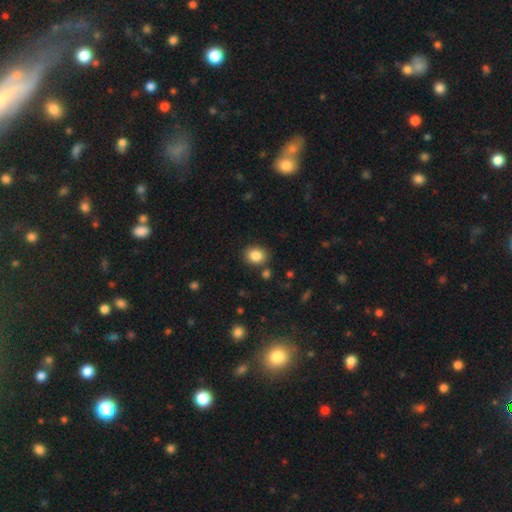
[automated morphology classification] A smooth galaxy with no disk features (86%) that is round (54%). Merging: none (84%).